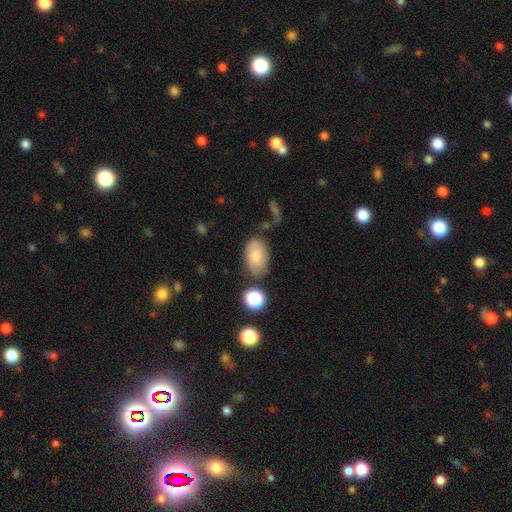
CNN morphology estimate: A smooth galaxy with no disk features (74%) that is in between round and cigar-shaped (89%). Merging: none (67%).